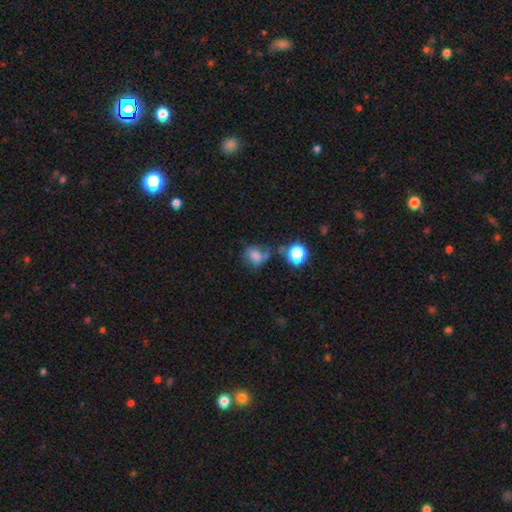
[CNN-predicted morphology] smooth-or-featured: smooth: 71% | star or artifact: 16% | featured or disk: 13%
  how-rounded: in between: 49% (tied) | round: 49% (tied) | cigar-shaped: 1%
  merging: none: 41% | minor disturbance: 23% | merger: 20% | major disturbance: 16%